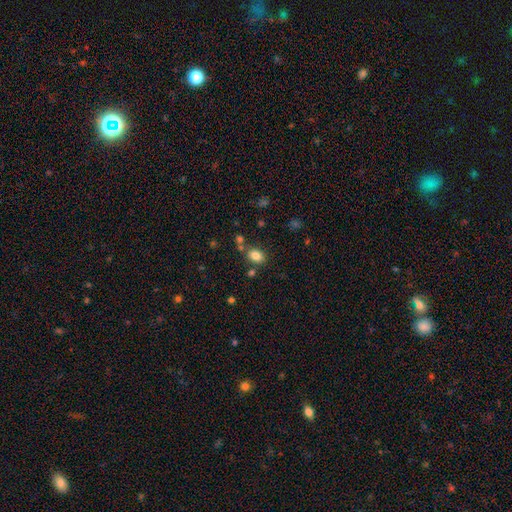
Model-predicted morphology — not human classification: A smooth galaxy with no disk features (82%) that is in between round and cigar-shaped (75%). Merging: none (72%).